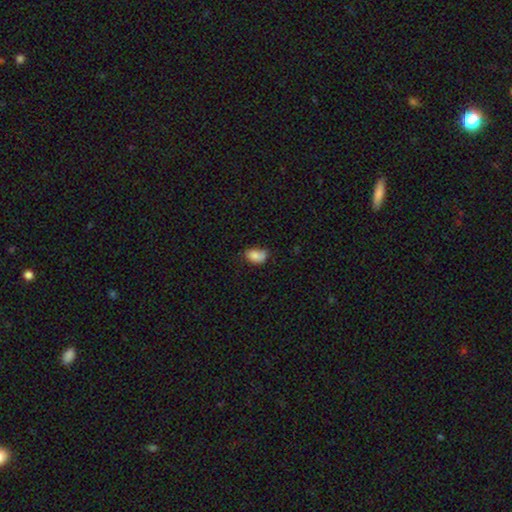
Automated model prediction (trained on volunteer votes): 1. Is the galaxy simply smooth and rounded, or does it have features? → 82% smooth, 9% featured or disk, 9% star or artifact.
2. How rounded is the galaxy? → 88% in between, 11% round, 2% cigar-shaped.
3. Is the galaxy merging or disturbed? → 51% none, 36% minor disturbance, 9% major disturbance, 4% merger.